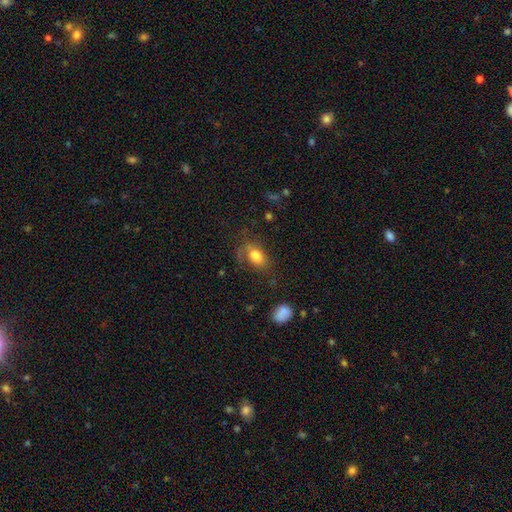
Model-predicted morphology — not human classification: Overall: smooth (76%). How rounded: in between (82%). Merging: none (56%; minor disturbance 24%).